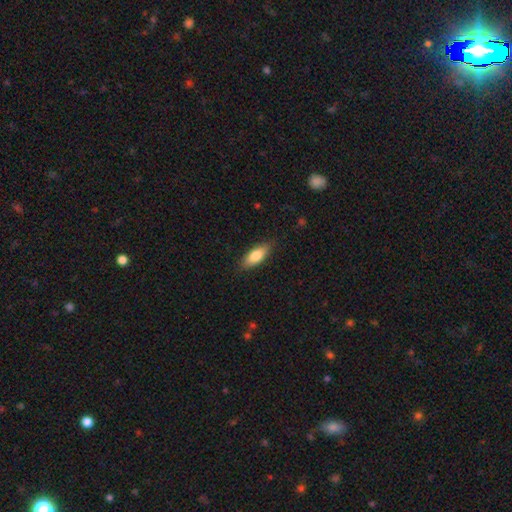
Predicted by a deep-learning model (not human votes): Smooth or featured? Predicted: smooth (p=0.79). How rounded? Predicted: in between (p=0.73). Merging? Predicted: none (p=0.85).